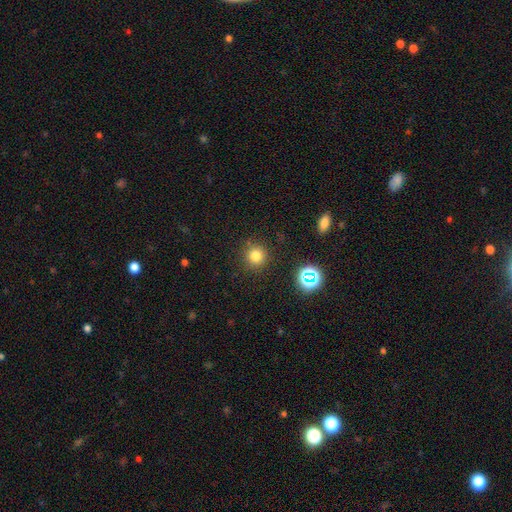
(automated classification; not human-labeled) This is likely a smooth galaxy (77%). How rounded: clearly round (94%). Merging: clearly none (88%).